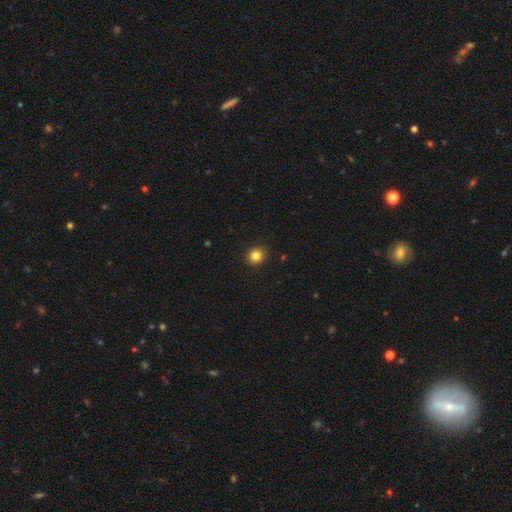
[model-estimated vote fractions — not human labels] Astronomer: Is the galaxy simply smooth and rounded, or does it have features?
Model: smooth — 83%.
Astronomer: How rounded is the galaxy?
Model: round — 88%.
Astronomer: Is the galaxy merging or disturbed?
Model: none — 92%.